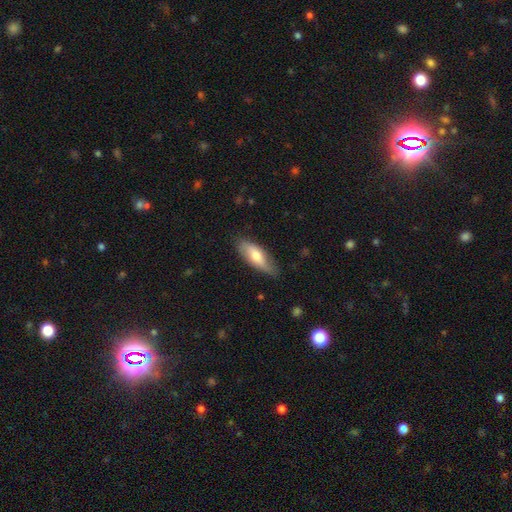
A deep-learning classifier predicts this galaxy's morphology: smooth-or-featured: smooth: 66% | featured or disk: 29% | star or artifact: 5%
  how-rounded: in between: 66% | cigar-shaped: 32% | round: 2%
  merging: none: 75% | minor disturbance: 20% | major disturbance: 3% | merger: 1%